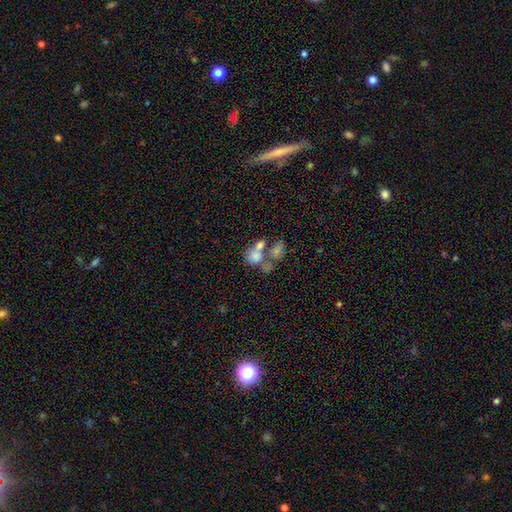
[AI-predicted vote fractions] Smooth or featured?
  - smooth: 67% *
  - featured or disk: 21%
  - star or artifact: 12%
How rounded?
  - in between: 50% *
  - round: 48%
  - cigar-shaped: 2%
Merging?
  - merger: 60% *
  - none: 22%
  - major disturbance: 10%
  - minor disturbance: 8%